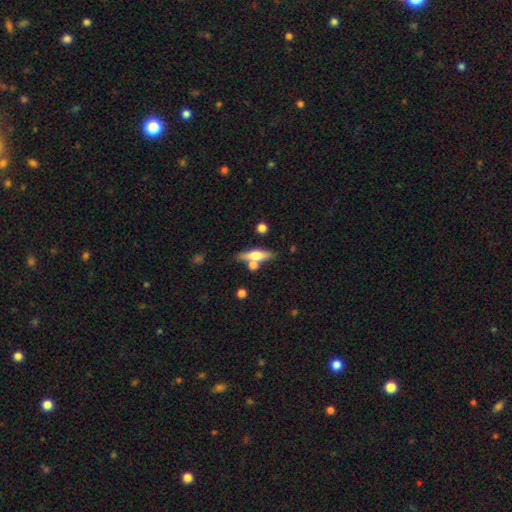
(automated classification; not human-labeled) A smooth galaxy with no disk features (52%) that is cigar-shaped (66%). Merging: none (67%).